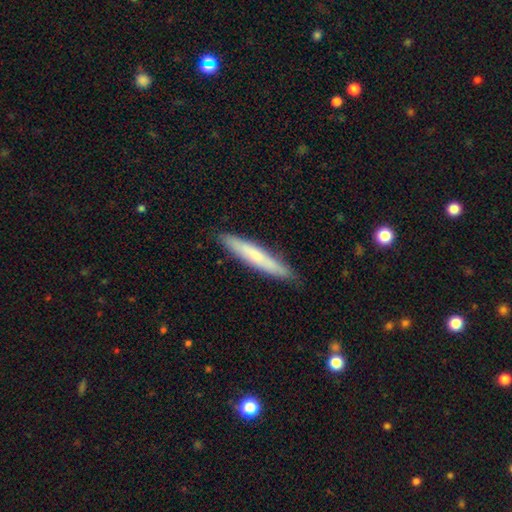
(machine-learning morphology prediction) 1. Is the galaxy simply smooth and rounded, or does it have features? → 59% smooth, 35% featured or disk, 6% star or artifact.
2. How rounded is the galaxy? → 93% cigar-shaped, 6% in between, 1% round.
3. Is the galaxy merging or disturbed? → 88% none, 9% minor disturbance, 2% major disturbance, 1% merger.